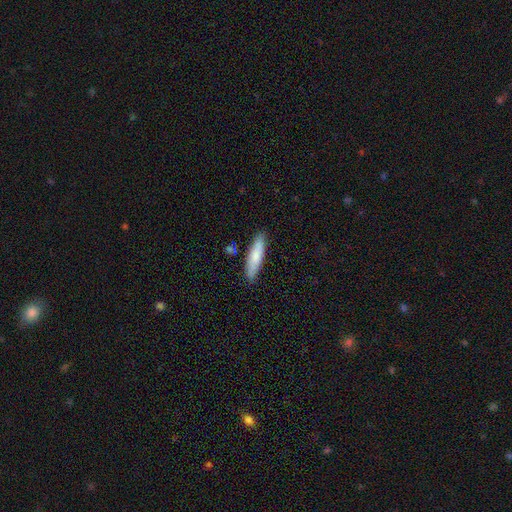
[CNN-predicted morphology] This appears to be a smooth galaxy with no disk features (76%) that is cigar-shaped (75%). Merging: none (85%).